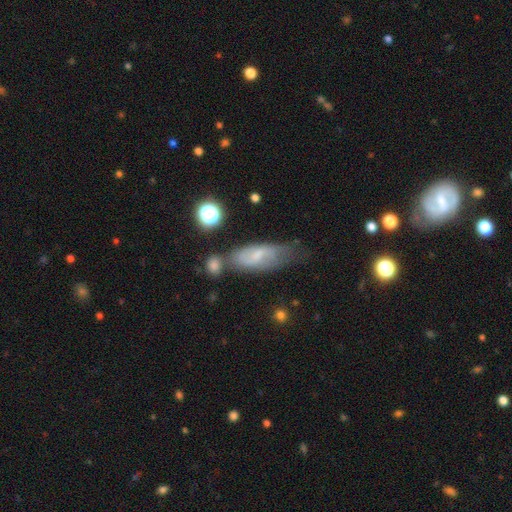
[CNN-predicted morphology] A smooth galaxy with no disk features (46%).

Vote fractions:
- Smooth or featured? smooth: 46% / featured or disk: 43% / star or artifact: 11%
- Merging? none: 45% / minor disturbance: 27% / merger: 16% / major disturbance: 12%